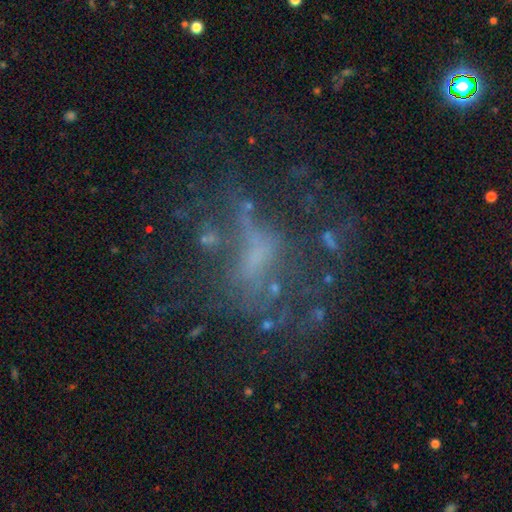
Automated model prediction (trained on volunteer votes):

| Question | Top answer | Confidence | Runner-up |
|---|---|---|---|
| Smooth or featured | featured or disk | 54% | star or artifact (28%) |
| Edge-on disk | no | 94% | yes (6%) |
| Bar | no | 63% | weak (26%) |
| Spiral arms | no | 73% | yes (27%) |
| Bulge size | none | 52% | small (29%) |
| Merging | none | 49% | major disturbance (29%) |